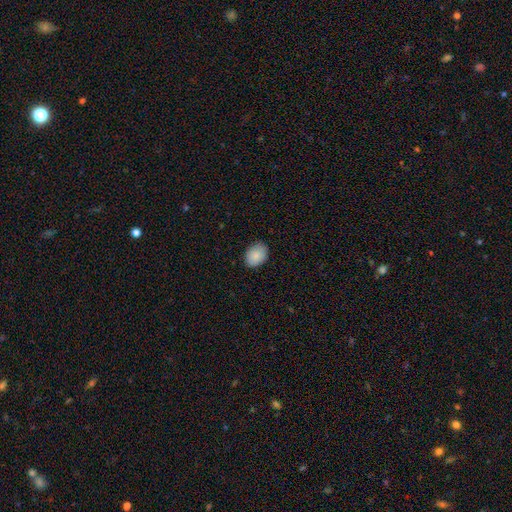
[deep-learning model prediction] Morphology: type=smooth (87%); roundness=in between (70%); merging=none (85%).